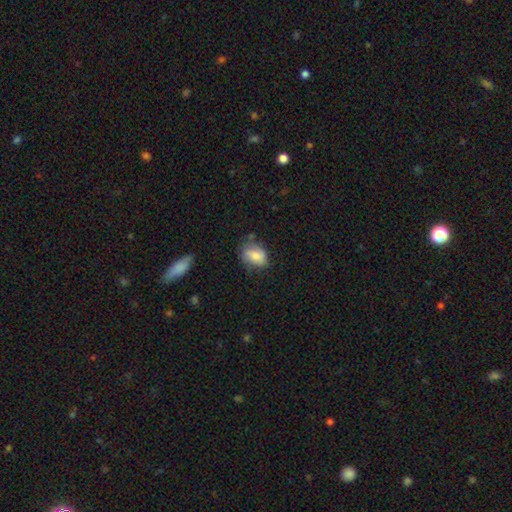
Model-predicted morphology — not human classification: type=smooth (76%); roundness=in between (78%); merging=none (55%).